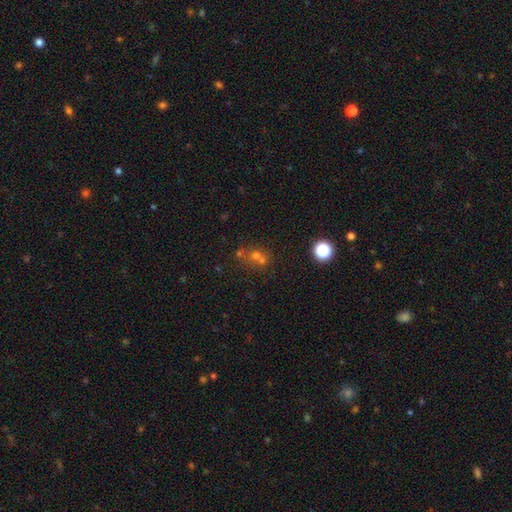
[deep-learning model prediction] The model was most divided on "merging": merger: 46%, none: 43%, minor disturbance: 7%, major disturbance: 4%. More confident: how rounded — round (79%); smooth or featured — smooth (50%).